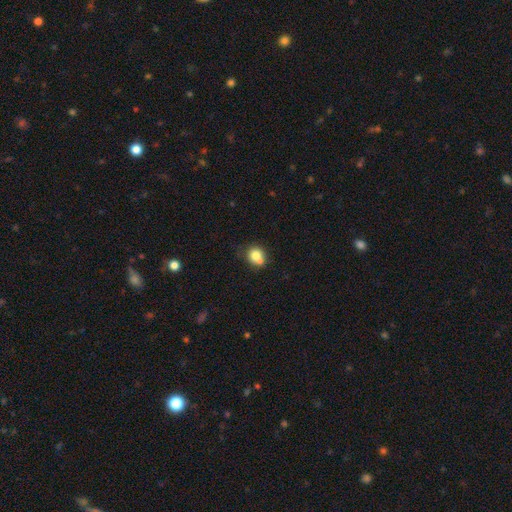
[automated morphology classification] A smooth galaxy with no disk features (77%) that is round (76%).

Vote fractions:
- Smooth or featured? smooth: 77% / featured or disk: 13% / star or artifact: 11%
- How rounded? round: 76% / in between: 23% / cigar-shaped: 1%
- Merging? none: 49% / merger: 30% / minor disturbance: 16% / major disturbance: 5%